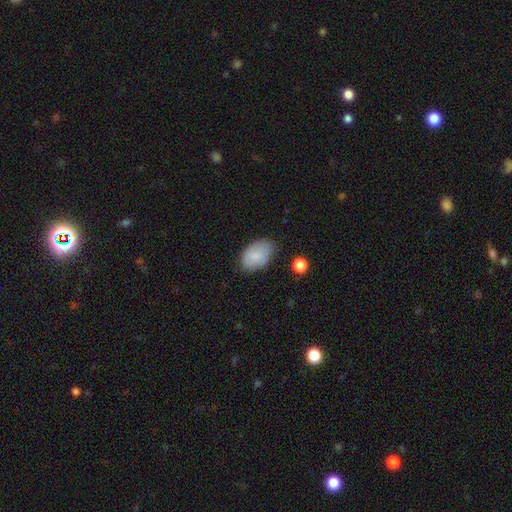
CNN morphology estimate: A smooth galaxy with no disk features (81%) that is in between round and cigar-shaped (89%). Merging: none (65%).